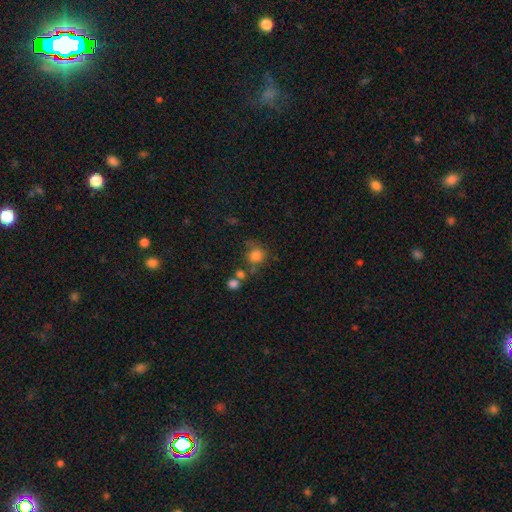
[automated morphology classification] Overall: smooth (80%). How rounded: round (87%). Merging: none (59%).